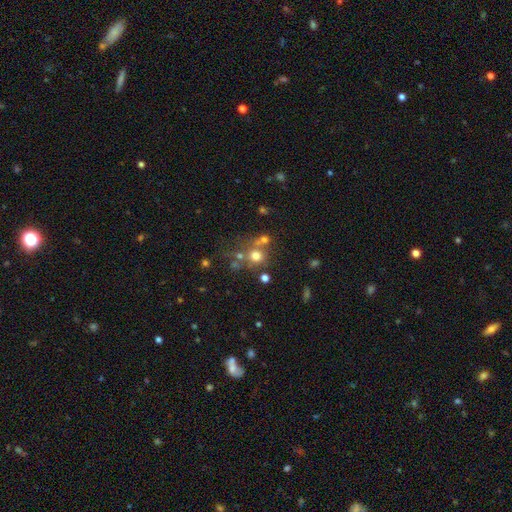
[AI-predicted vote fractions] smooth-or-featured: smooth: 65% | star or artifact: 21% | featured or disk: 15%
  how-rounded: round: 86% | in between: 13% | cigar-shaped: 1%
  merging: none: 57% | merger: 26% | minor disturbance: 11% | major disturbance: 6%